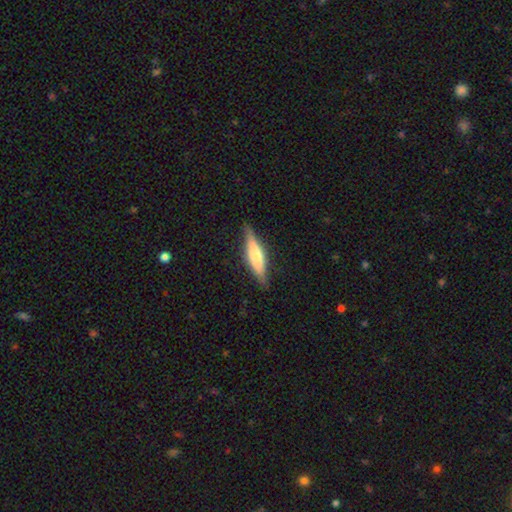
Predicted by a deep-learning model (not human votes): Q: Smooth or featured?
A: smooth (49%); runner-up: featured or disk (45%)
Q: Merging?
A: none (84%); runner-up: minor disturbance (12%)